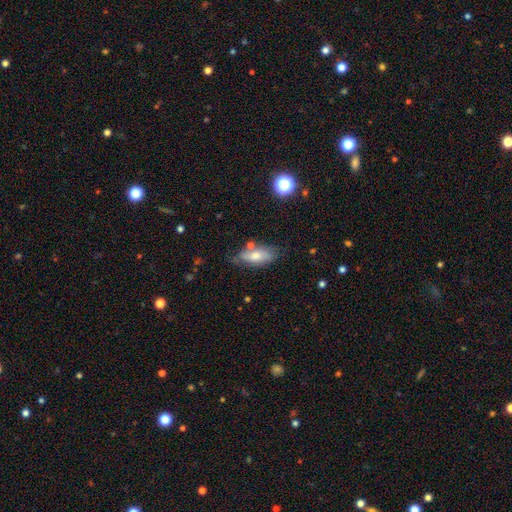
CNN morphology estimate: Smooth or featured: smooth — 61% (featured or disk — 30%)
How rounded: in between — 78% (cigar-shaped — 18%)
Merging: none — 64% (minor disturbance — 23%)